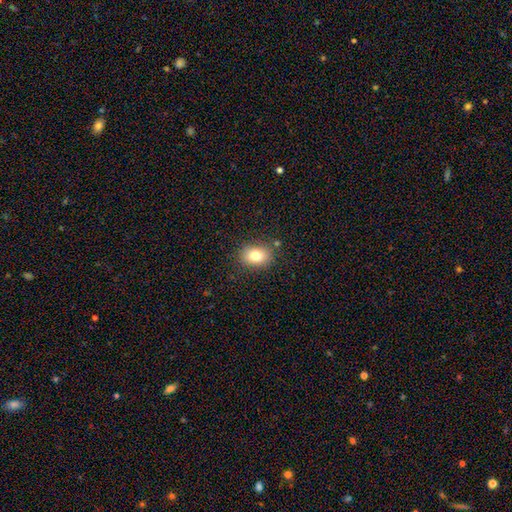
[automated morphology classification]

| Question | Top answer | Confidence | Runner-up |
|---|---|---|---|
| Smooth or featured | smooth | 79% | featured or disk (10%) |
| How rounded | in between | 64% | round (35%) |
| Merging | none | 83% | minor disturbance (12%) |